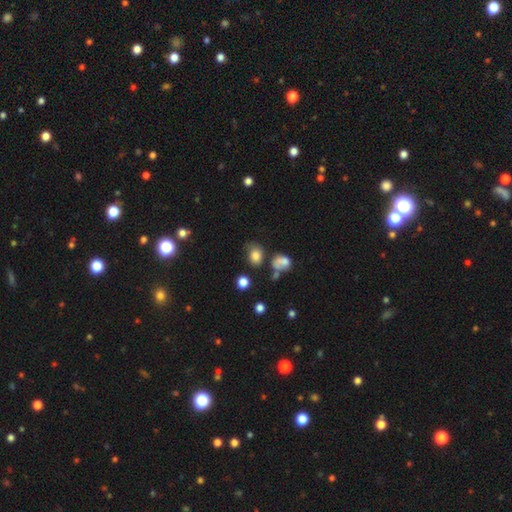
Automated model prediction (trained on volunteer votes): smooth_or_featured: smooth (p=0.79) [alt: star or artifact p=0.13]
how_rounded: in between (p=0.50) [alt: round p=0.49]
merging: none (p=0.52) [alt: minor disturbance p=0.24]